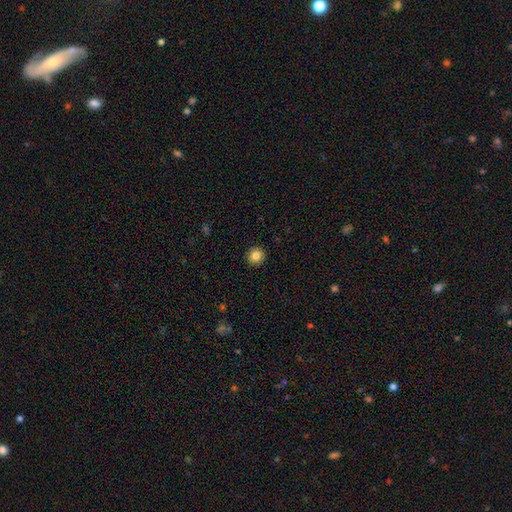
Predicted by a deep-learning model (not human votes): Smooth or featured: smooth — 84% (star or artifact — 10%)
How rounded: round — 94% (in between — 5%)
Merging: none — 93% (minor disturbance — 5%)